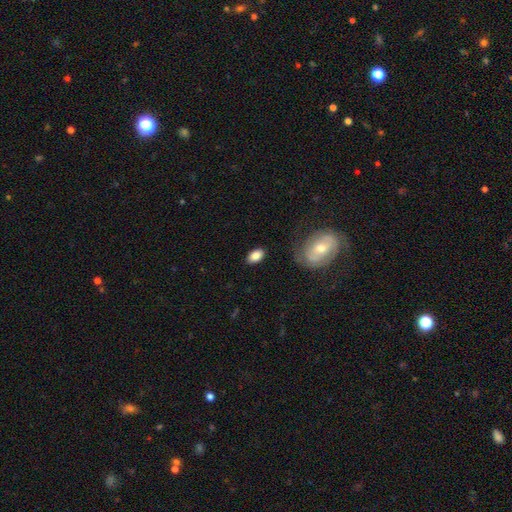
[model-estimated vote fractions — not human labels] Morphology: type=smooth (85%); roundness=in between (90%); merging=none (85%).